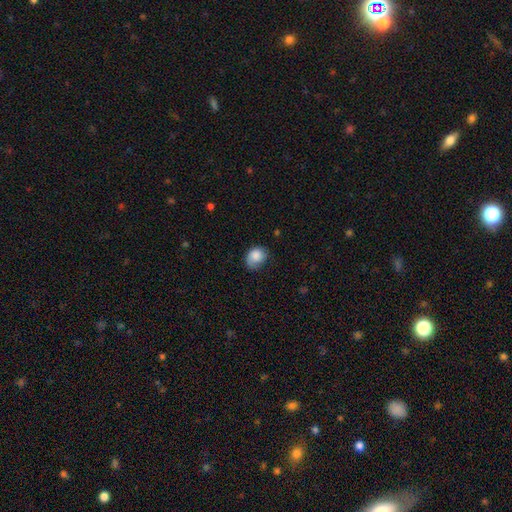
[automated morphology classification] smooth-or-featured: smooth: 80% | featured or disk: 12% | star or artifact: 8%
  how-rounded: in between: 57% | round: 42% | cigar-shaped: 1%
  merging: none: 56% | minor disturbance: 32% | major disturbance: 10% | merger: 2%